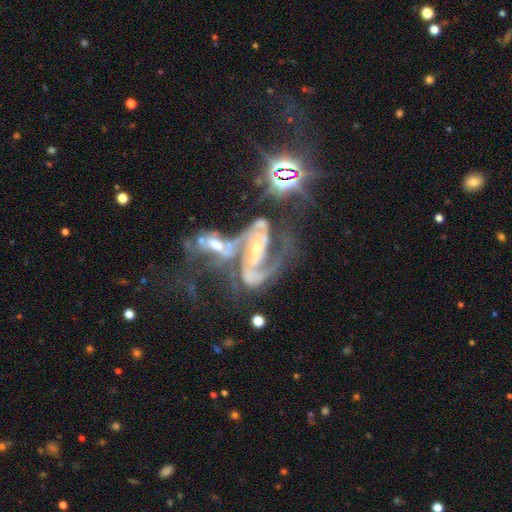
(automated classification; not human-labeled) This is clearly a featured or disk galaxy (85%). It is clearly not viewed edge-on (96%). Bar: marginally strong (35%). Spiral arm pattern: clearly yes (94%). Spiral arm count: likely 2 (78%). Spiral winding: possibly medium (49%). Central bulge: likely small (62%). Merging: possibly merger (54%).